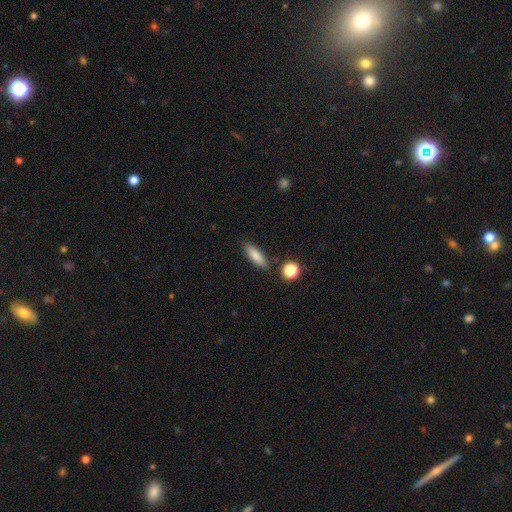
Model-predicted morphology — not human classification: A smooth galaxy with no disk features (83%) that is in between round and cigar-shaped (52%).

Vote fractions:
- Smooth or featured? smooth: 83% / featured or disk: 9% / star or artifact: 8%
- How rounded? in between: 52% / cigar-shaped: 44% / round: 3%
- Merging? none: 85% / minor disturbance: 10% / merger: 3% / major disturbance: 2%